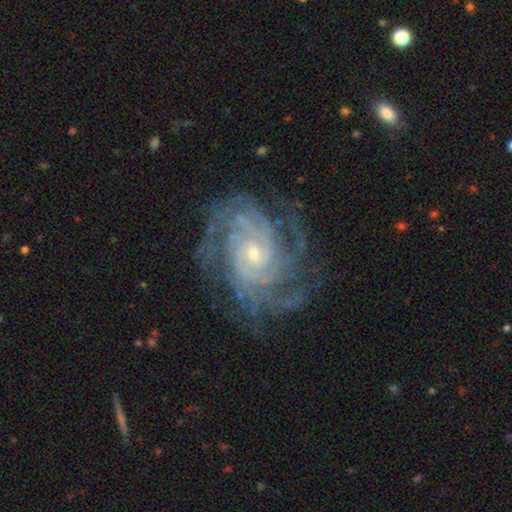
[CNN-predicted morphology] A featured or disk galaxy (90%) with no bar (68%), 4 (23%) tight (71%) spiral arms (98%) and a small central bulge (70%).

Vote fractions:
- Smooth or featured? featured or disk: 90% / star or artifact: 6% / smooth: 4%
- Edge-on disk? no: 97% / yes: 3%
- Bar? no: 68% / weak: 24% / strong: 8%
- Spiral arms? yes: 98% / no: 2%
- Spiral winding? tight: 71% / medium: 25% / loose: 4%
- Spiral arm count? 4: 23% / can't tell: 22% / more than 4: 17% / 3: 16% / 2: 13% / 1: 8%
- Bulge size? small: 70% / moderate: 26% / large: 2% / none: 1% / dominant: 1%
- Merging? none: 75% / minor disturbance: 16% / major disturbance: 8% / merger: 1%